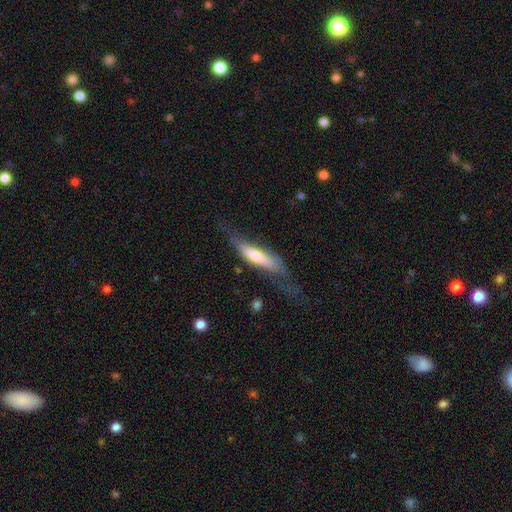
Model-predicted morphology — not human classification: type=featured or disk (48%); merging=none (49%).